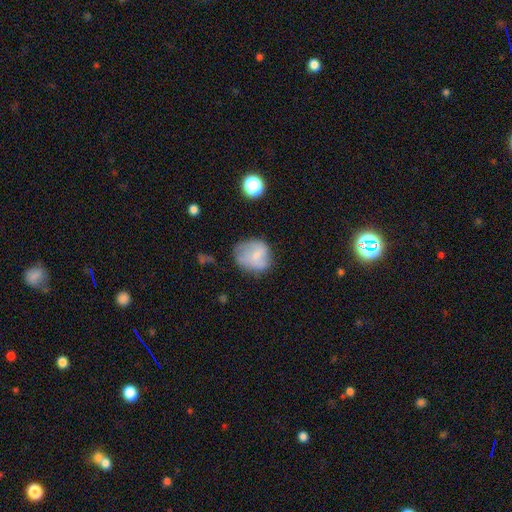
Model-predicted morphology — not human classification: Smooth or featured: smooth — 64% (featured or disk — 26%)
How rounded: round — 68% (in between — 31%)
Merging: none — 52% (minor disturbance — 30%)